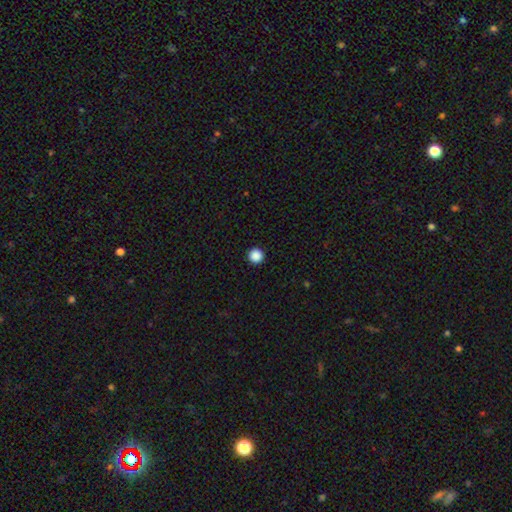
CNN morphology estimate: Smooth or featured? smooth (89%)
How rounded? round (97%)
Merging? none (94%)